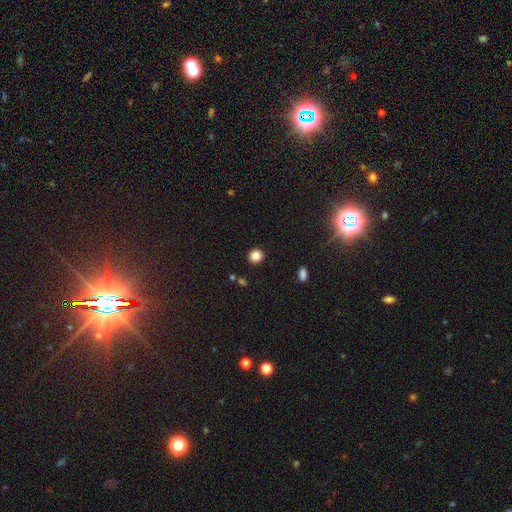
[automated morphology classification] smooth_or_featured: smooth (p=0.84) [alt: star or artifact p=0.11]
how_rounded: round (p=0.89) [alt: in between p=0.10]
merging: none (p=0.91) [alt: minor disturbance p=0.05]